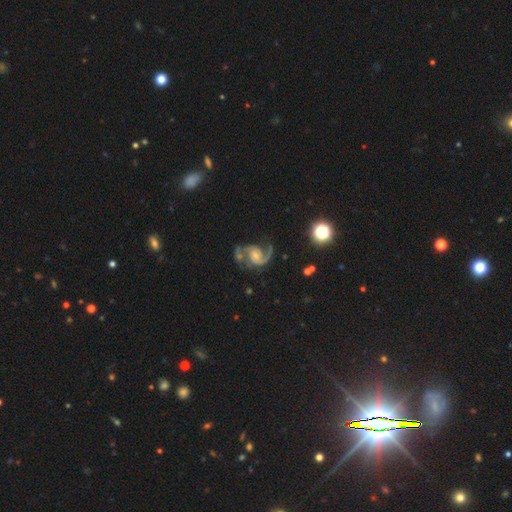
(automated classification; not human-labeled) Overall: featured or disk (89%). Edge-on disk: no (98%). Bar: no (57%; weak 34%). Spiral arms: yes (98%). Spiral arm count: 2 (86%). Spiral winding: medium (56%; loose 28%). Bulge size: small (58%; moderate 30%). Merging: none (53%; minor disturbance 19%).